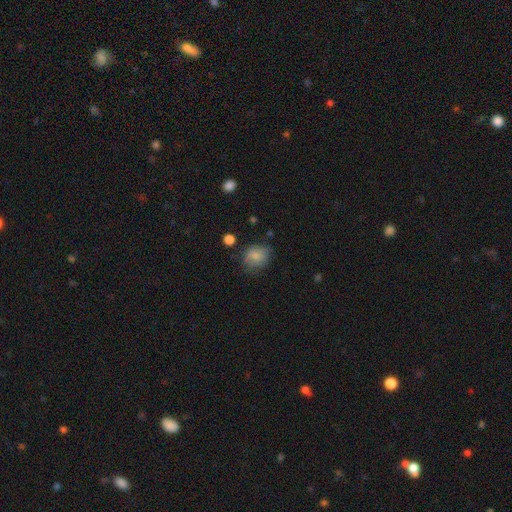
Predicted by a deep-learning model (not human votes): Smooth or featured: smooth — 79% (featured or disk — 11%)
How rounded: round — 67% (in between — 32%)
Merging: none — 67% (minor disturbance — 23%)